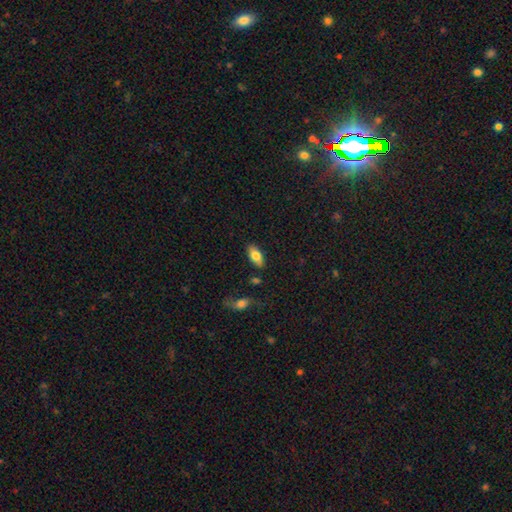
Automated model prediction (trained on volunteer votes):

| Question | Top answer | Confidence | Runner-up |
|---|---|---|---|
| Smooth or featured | smooth | 78% | featured or disk (16%) |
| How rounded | in between | 88% | cigar-shaped (9%) |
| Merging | none | 84% | minor disturbance (10%) |